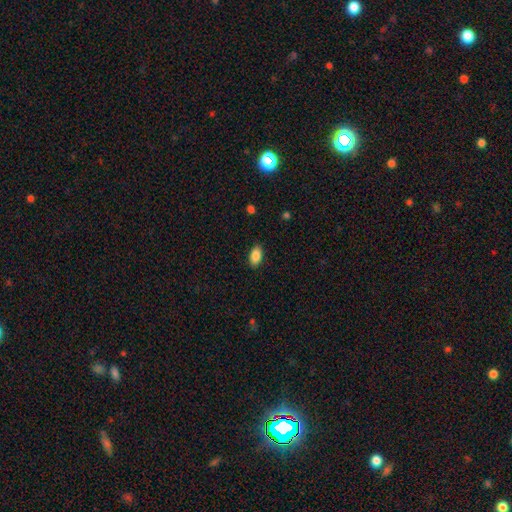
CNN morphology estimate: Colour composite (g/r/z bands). It shows a smooth galaxy with no disk features (87%) that is in between round and cigar-shaped (92%). Merging: none (88%).